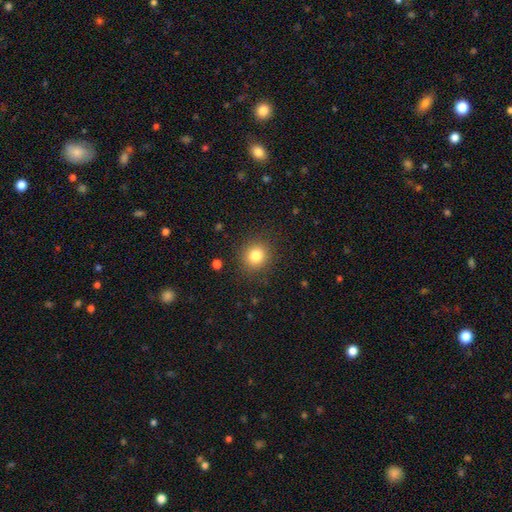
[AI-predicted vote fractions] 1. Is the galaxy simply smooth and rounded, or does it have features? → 81% smooth, 12% star or artifact, 7% featured or disk.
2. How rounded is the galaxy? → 90% round, 9% in between, 1% cigar-shaped.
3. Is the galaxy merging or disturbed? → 89% none, 7% minor disturbance, 3% major disturbance, 1% merger.